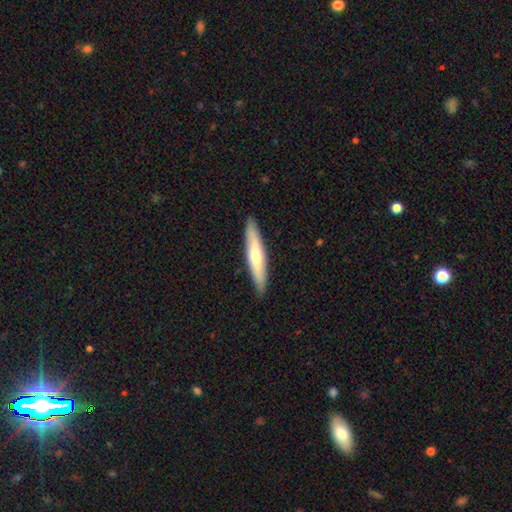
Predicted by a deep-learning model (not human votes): The model was most divided on "smooth or featured": smooth: 51%, featured or disk: 44%, star or artifact: 5%. More confident: merging — none (89%); how rounded — cigar-shaped (89%).